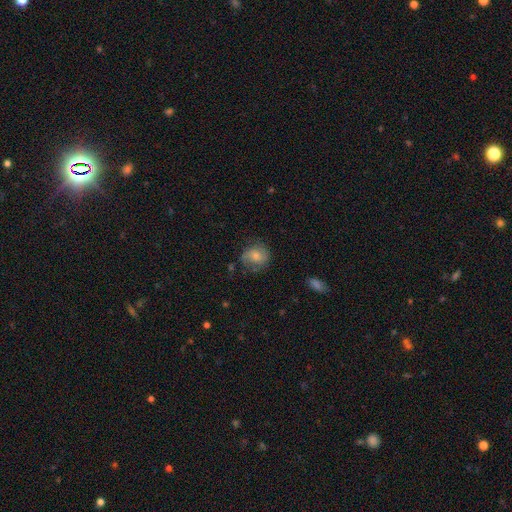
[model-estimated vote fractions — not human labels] smooth 58%, featured or disk 33%, star or artifact 9%. Down the decision tree: how rounded — round (70%); merging — none (61%).